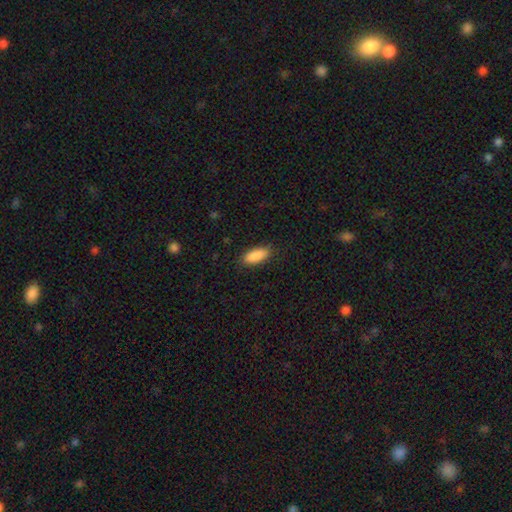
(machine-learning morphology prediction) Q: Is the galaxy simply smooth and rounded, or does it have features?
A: smooth — 90%.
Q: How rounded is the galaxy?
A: in between — 78%.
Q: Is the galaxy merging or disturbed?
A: none — 87%.